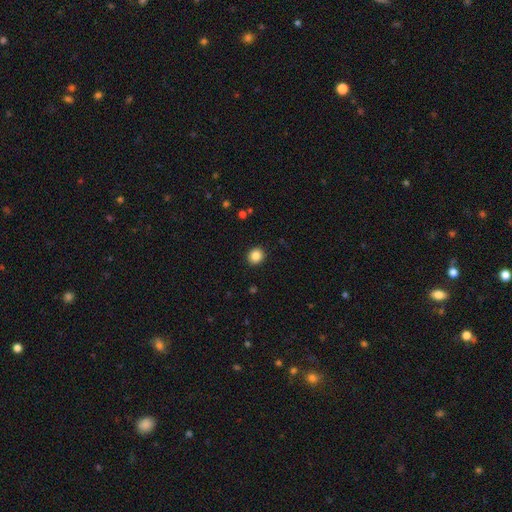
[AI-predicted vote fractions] A smooth galaxy with no disk features (86%) that is round (85%). Merging: none (92%).